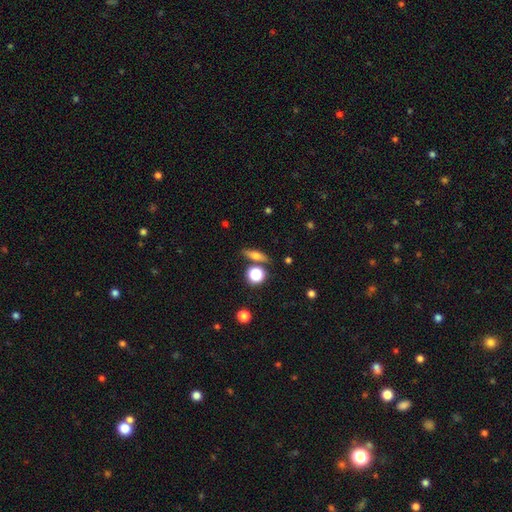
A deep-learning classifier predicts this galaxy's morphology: Smooth or featured: smooth — 57% (featured or disk — 31%)
How rounded: cigar-shaped — 48% (in between — 35%)
Merging: none — 78% (minor disturbance — 10%)